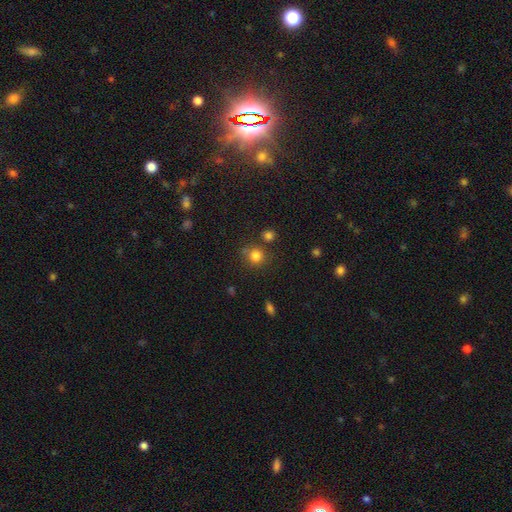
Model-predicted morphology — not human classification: Smooth or featured?
  - smooth: 81% *
  - star or artifact: 14%
  - featured or disk: 6%
How rounded?
  - round: 89% *
  - in between: 10%
  - cigar-shaped: 1%
Merging?
  - none: 72% *
  - merger: 12%
  - minor disturbance: 11%
  - major disturbance: 4%